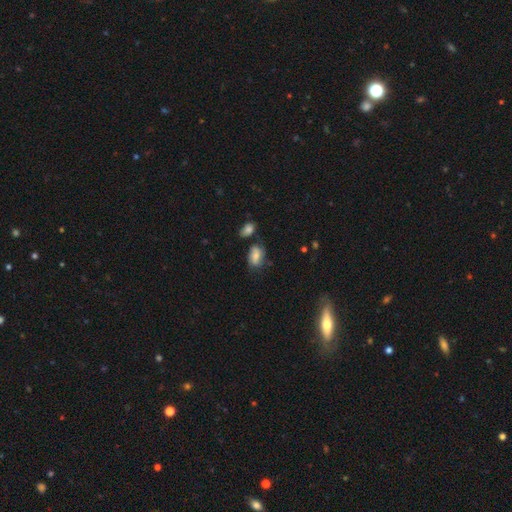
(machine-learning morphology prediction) This is possibly a smooth galaxy (58%). How rounded: clearly in between (85%). Merging: possibly none (54%).